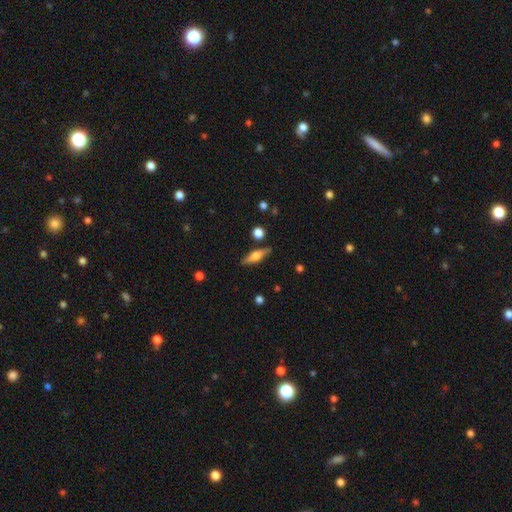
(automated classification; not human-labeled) Smooth or featured?
  - featured or disk: 54% *
  - smooth: 39%
  - star or artifact: 7%
Edge-on disk?
  - yes: 94% *
  - no: 6%
Edge-on bulge?
  - rounded: 89% *
  - boxy: 9%
  - none: 3%
Merging?
  - none: 85% *
  - minor disturbance: 10%
  - merger: 3%
  - major disturbance: 2%